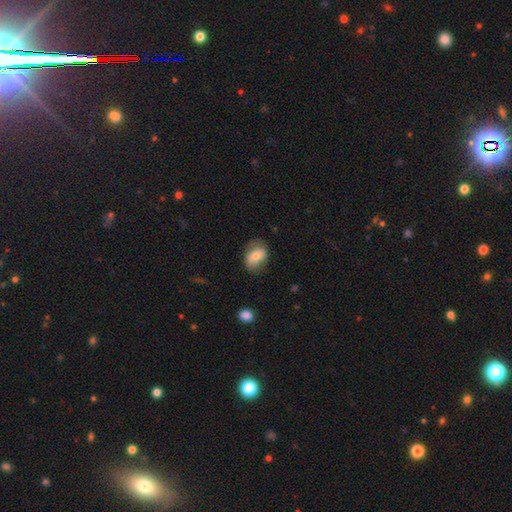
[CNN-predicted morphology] A smooth galaxy with no disk features (67%) that is in between round and cigar-shaped (78%).

Vote fractions:
- Smooth or featured? smooth: 67% / featured or disk: 26% / star or artifact: 7%
- How rounded? in between: 78% / round: 20% / cigar-shaped: 2%
- Merging? none: 66% / minor disturbance: 24% / major disturbance: 8% / merger: 2%